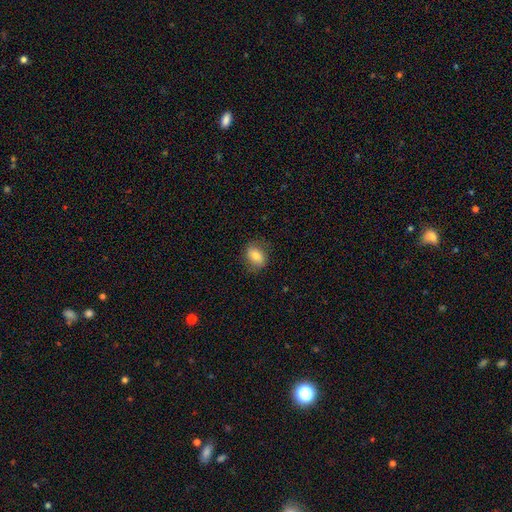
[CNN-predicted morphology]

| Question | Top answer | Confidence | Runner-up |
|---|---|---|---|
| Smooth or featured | smooth | 73% | featured or disk (19%) |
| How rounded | in between | 68% | round (30%) |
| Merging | none | 77% | minor disturbance (16%) |